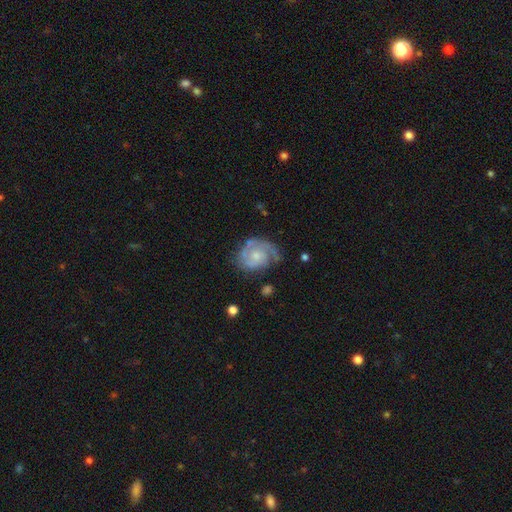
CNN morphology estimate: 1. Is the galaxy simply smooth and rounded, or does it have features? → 75% featured or disk, 19% smooth, 6% star or artifact.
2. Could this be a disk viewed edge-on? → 98% no, 2% yes.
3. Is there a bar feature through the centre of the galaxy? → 75% no, 22% weak, 3% strong.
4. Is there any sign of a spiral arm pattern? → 89% yes, 11% no.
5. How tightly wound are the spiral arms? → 50% tight, 35% medium, 14% loose.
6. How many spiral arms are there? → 41% 2, 23% 1, 21% can't tell, 9% 3, 2% 4, 2% more than 4.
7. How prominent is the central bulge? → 56% small, 32% moderate, 8% none, 3% large, 1% dominant.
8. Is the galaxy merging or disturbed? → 57% none, 24% minor disturbance, 16% major disturbance, 3% merger.